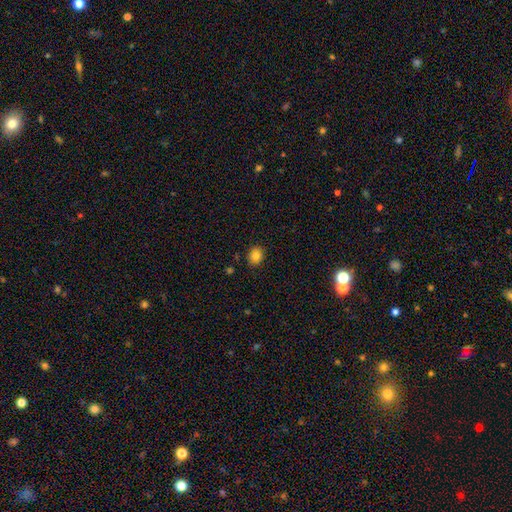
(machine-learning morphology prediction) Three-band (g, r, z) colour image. It shows a smooth galaxy with no disk features (82%) that is round (68%). Merging: none (88%).